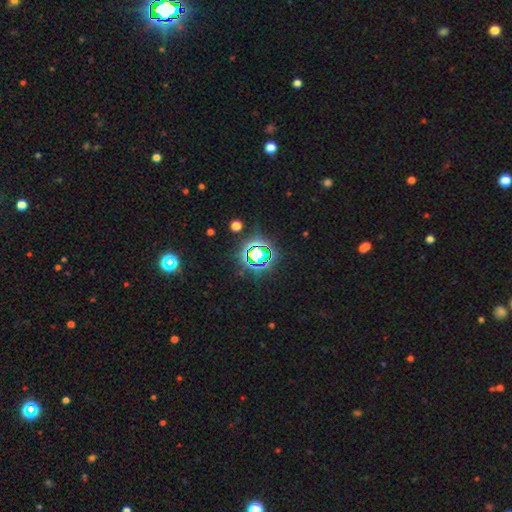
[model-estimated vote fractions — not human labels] Q: Smooth or featured?
A: star or artifact (73%); runner-up: smooth (17%)